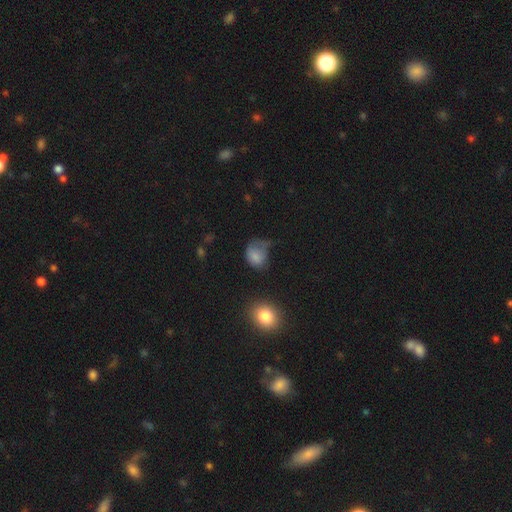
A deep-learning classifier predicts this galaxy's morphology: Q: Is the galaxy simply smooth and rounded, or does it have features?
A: smooth — 77%.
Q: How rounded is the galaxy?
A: round — 54%.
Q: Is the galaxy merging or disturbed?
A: minor disturbance — 33%.